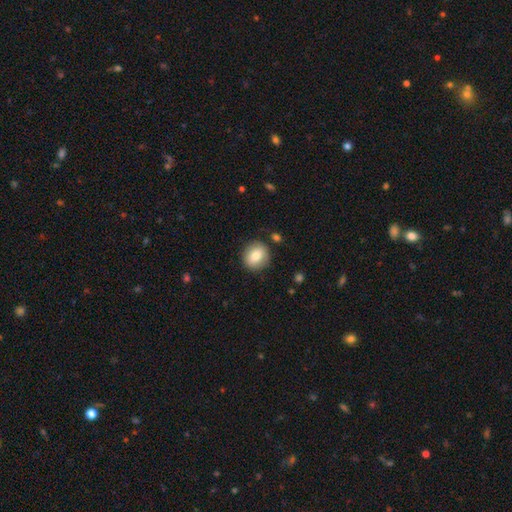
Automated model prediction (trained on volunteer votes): smooth_or_featured: smooth (p=0.79) [alt: featured or disk p=0.13]
how_rounded: round (p=0.83) [alt: in between p=0.16]
merging: none (p=0.85) [alt: minor disturbance p=0.10]